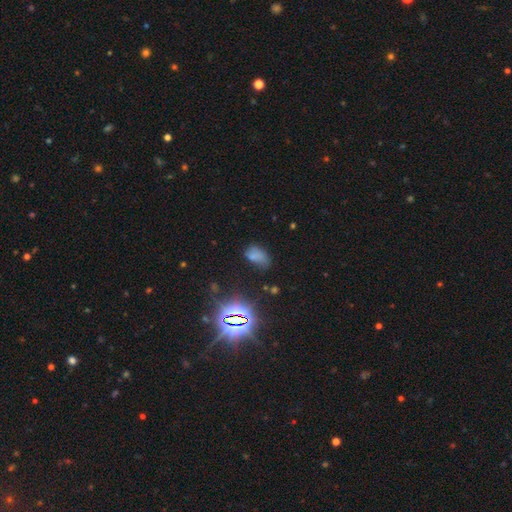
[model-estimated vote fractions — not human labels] A smooth galaxy with no disk features (60%) that is in between round and cigar-shaped (88%).

Vote fractions:
- Smooth or featured? smooth: 60% / star or artifact: 26% / featured or disk: 15%
- How rounded? in between: 88% / round: 10% / cigar-shaped: 2%
- Merging? none: 45% / minor disturbance: 31% / major disturbance: 18% / merger: 6%